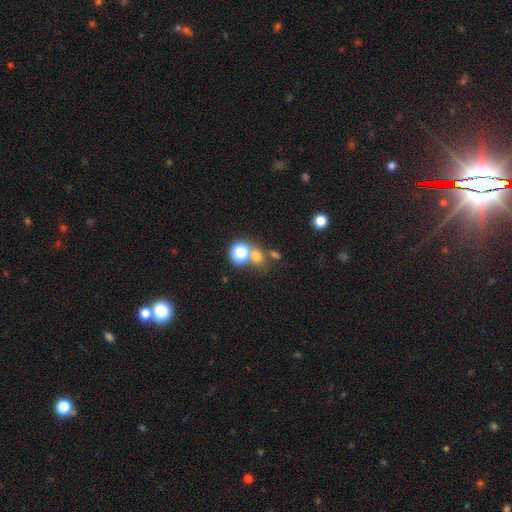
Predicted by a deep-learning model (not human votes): A smooth galaxy with no disk features (64%) that is round (70%). Merging: none (53%).